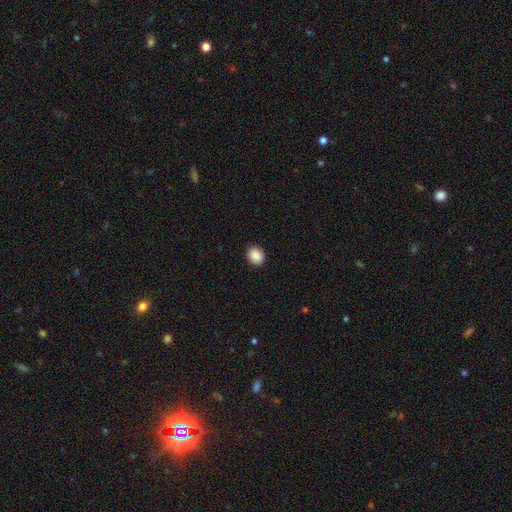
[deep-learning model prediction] A smooth galaxy with no disk features (89%) that is round (61%). Merging: none (90%).